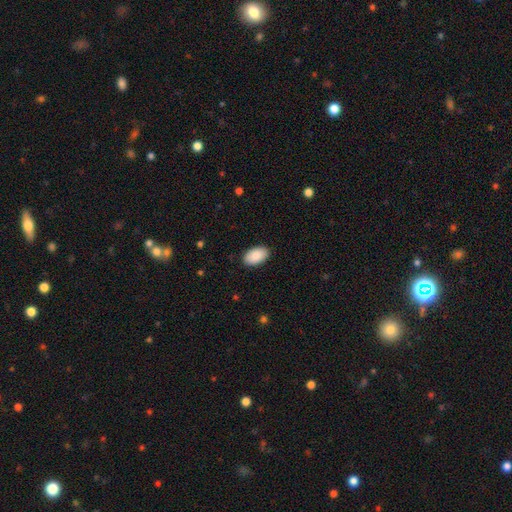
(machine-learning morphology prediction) Overall: smooth (91%). How rounded: in between (94%). Merging: none (89%).